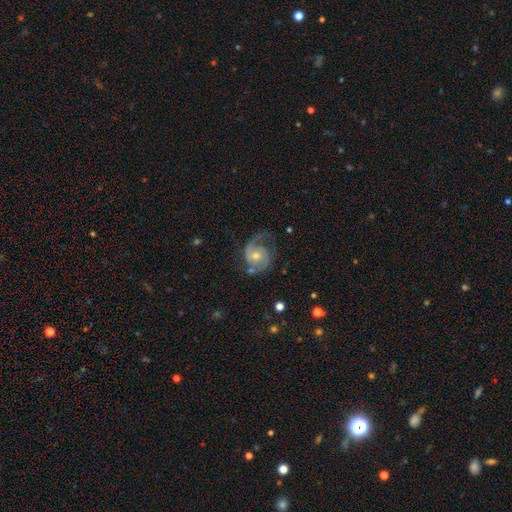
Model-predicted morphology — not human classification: A featured or disk galaxy (85%) with no bar (65%), 2 (85%) medium (52%) spiral arms (96%) and a moderate central bulge (49%). Merging: none (64%).